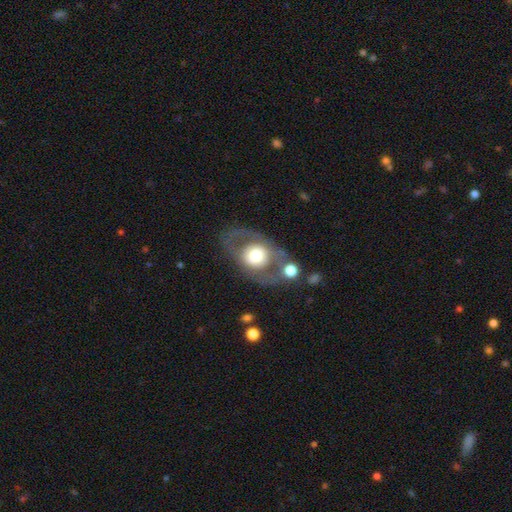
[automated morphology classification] Smooth or featured?
  - featured or disk: 48% *
  - smooth: 45%
  - star or artifact: 7%
Merging?
  - none: 61% *
  - minor disturbance: 15%
  - major disturbance: 13%
  - merger: 11%